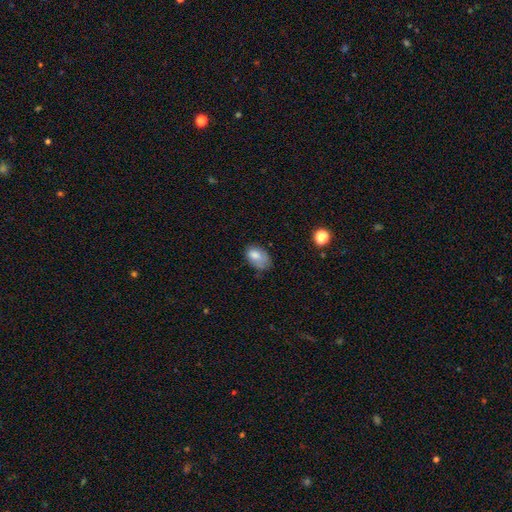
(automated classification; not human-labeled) Q: Smooth or featured?
A: smooth (78%); runner-up: featured or disk (13%)
Q: How rounded?
A: in between (87%); runner-up: round (12%)
Q: Merging?
A: none (46%); runner-up: minor disturbance (36%)